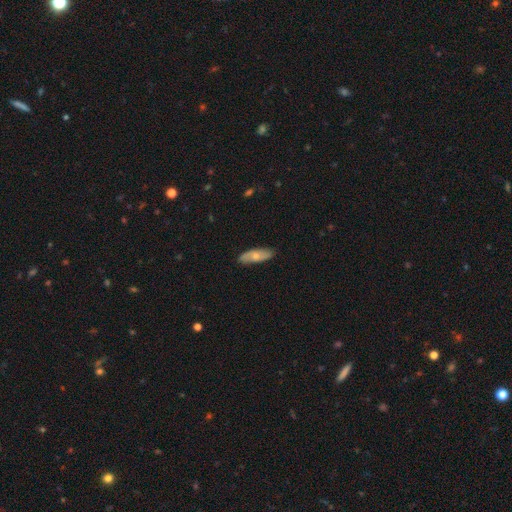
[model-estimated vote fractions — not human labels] Smooth or featured? Predicted: smooth (p=0.59). How rounded? Predicted: in between (p=0.60). Merging? Predicted: none (p=0.85).